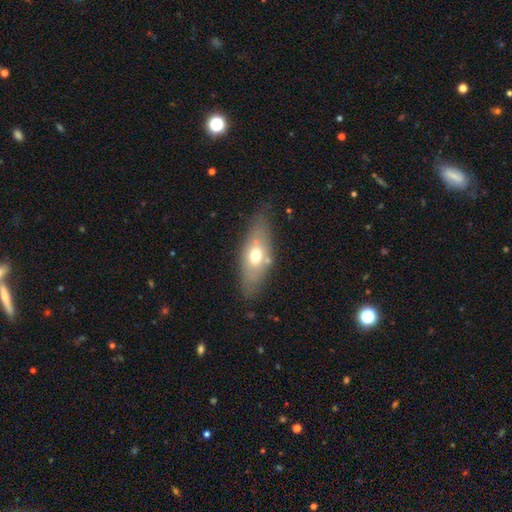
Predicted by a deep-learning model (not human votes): A smooth galaxy with no disk features (57%) that is in between round and cigar-shaped (73%).

Vote fractions:
- Smooth or featured? smooth: 57% / featured or disk: 35% / star or artifact: 8%
- How rounded? in between: 73% / cigar-shaped: 22% / round: 5%
- Merging? none: 77% / minor disturbance: 14% / major disturbance: 5% / merger: 5%